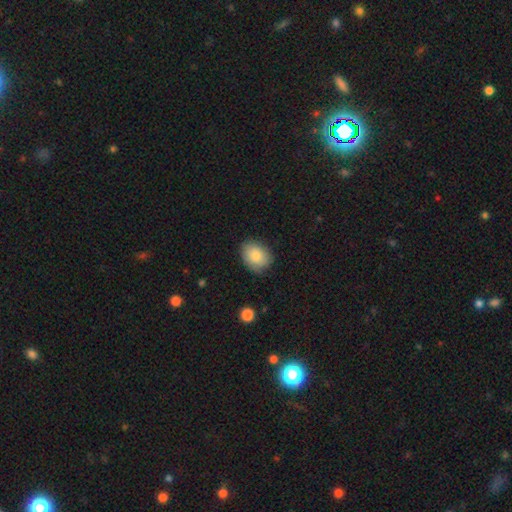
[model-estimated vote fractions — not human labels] Smooth or featured? smooth (85%)
How rounded? in between (64%)
Merging? none (81%)